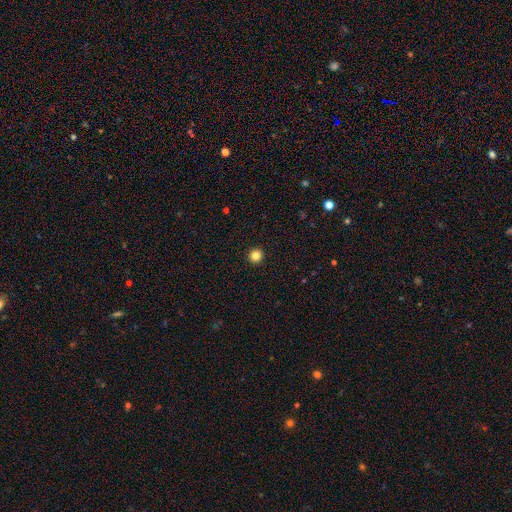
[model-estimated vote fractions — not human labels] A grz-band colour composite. It shows a smooth galaxy with no disk features (83%) that is round (96%). Merging: none (94%).